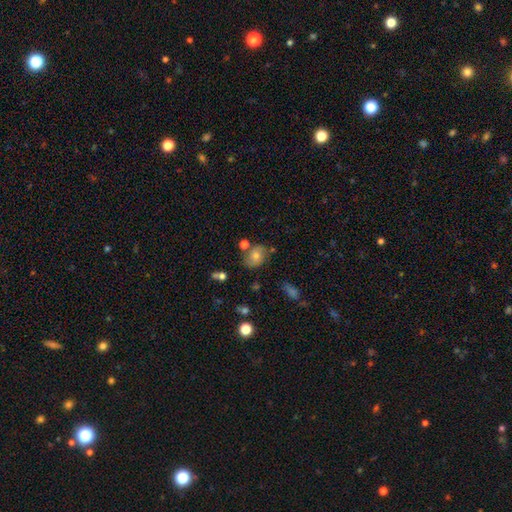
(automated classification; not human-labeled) Morphology: type=smooth (55%); roundness=in between (57%); merging=none (67%).